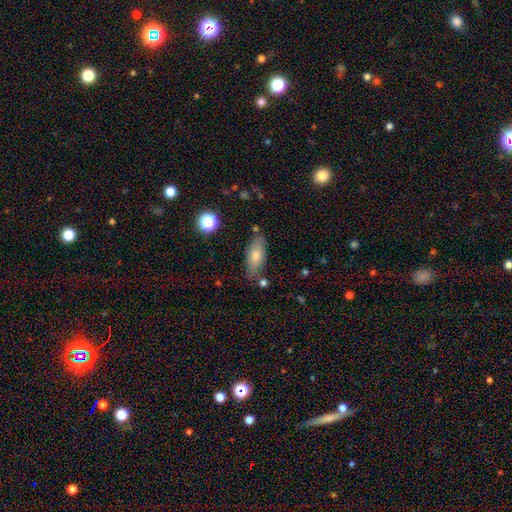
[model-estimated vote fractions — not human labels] Smooth or featured: smooth — 74% (featured or disk — 18%)
How rounded: in between — 78% (cigar-shaped — 19%)
Merging: none — 74% (minor disturbance — 17%)